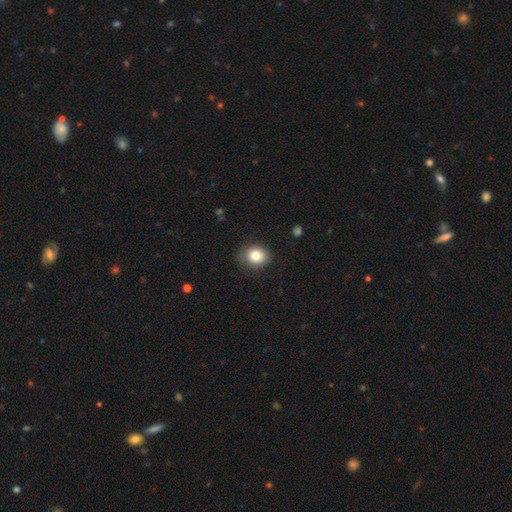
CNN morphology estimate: This appears to be a smooth galaxy with no disk features (82%) that is round (63%). Merging: none (78%).